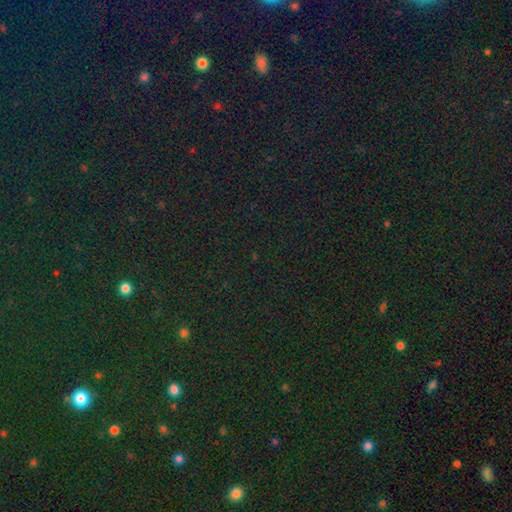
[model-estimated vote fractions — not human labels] smooth_or_featured: star or artifact (p=0.79) [alt: smooth p=0.14]